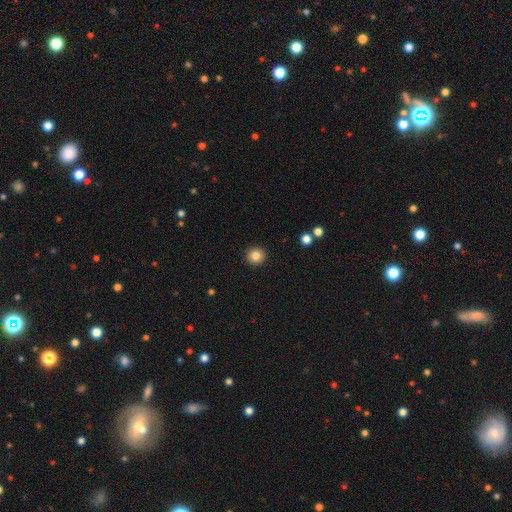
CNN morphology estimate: Q: Smooth or featured?
A: smooth (84%); runner-up: star or artifact (10%)
Q: How rounded?
A: round (92%); runner-up: in between (7%)
Q: Merging?
A: none (93%); runner-up: minor disturbance (5%)